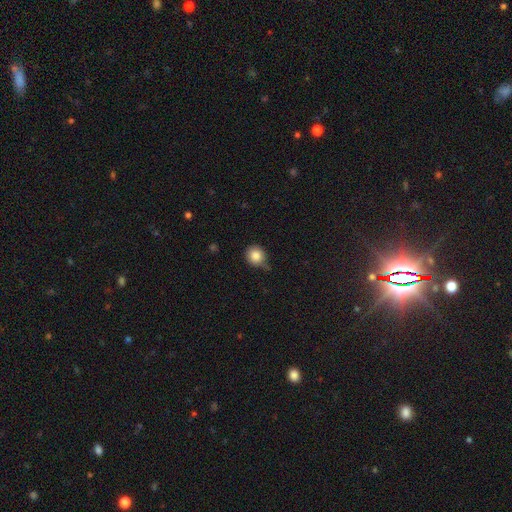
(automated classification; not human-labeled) Q: Smooth or featured?
A: smooth (85%); runner-up: star or artifact (10%)
Q: How rounded?
A: round (87%); runner-up: in between (12%)
Q: Merging?
A: none (61%); runner-up: minor disturbance (29%)